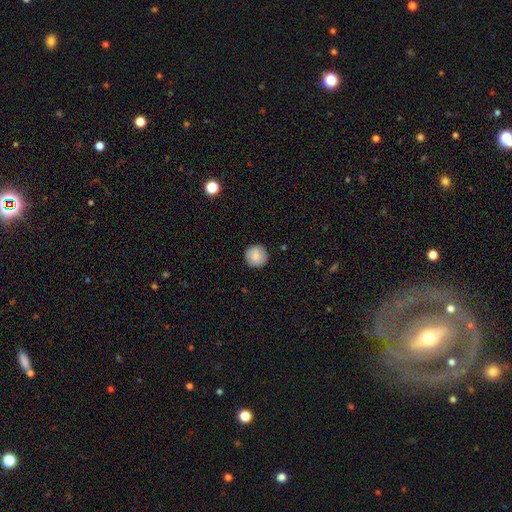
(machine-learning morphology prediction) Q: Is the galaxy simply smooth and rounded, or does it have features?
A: smooth — 87%.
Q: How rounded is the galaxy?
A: round — 96%.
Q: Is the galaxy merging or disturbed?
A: none — 91%.